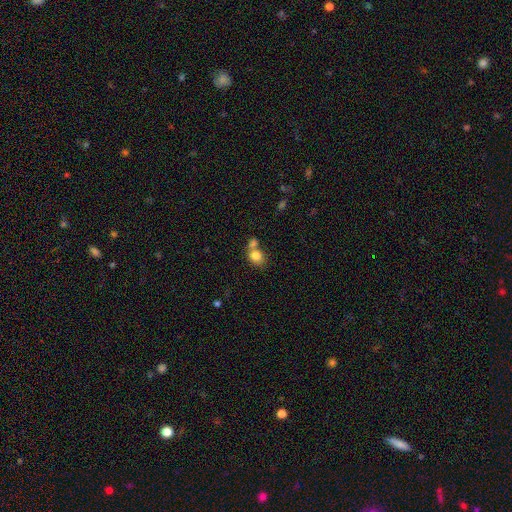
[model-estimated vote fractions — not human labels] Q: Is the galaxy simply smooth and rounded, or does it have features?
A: smooth — 81%.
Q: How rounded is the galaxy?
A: round — 63%.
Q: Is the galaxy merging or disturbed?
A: merger — 46%.